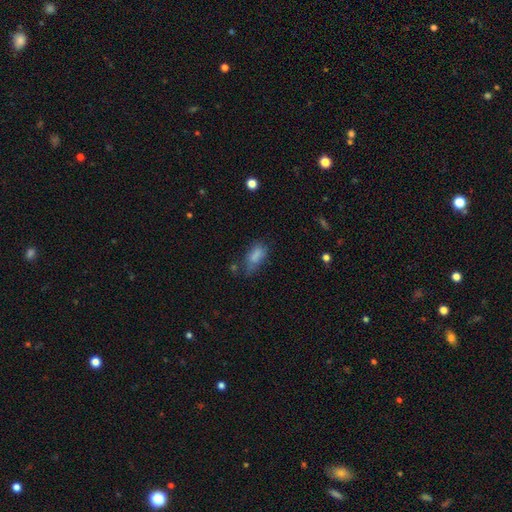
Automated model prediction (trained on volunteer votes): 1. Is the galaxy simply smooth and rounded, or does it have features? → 77% smooth, 13% featured or disk, 10% star or artifact.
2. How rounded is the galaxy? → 84% in between, 12% cigar-shaped, 4% round.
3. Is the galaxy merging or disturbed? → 46% none, 32% minor disturbance, 16% major disturbance, 5% merger.